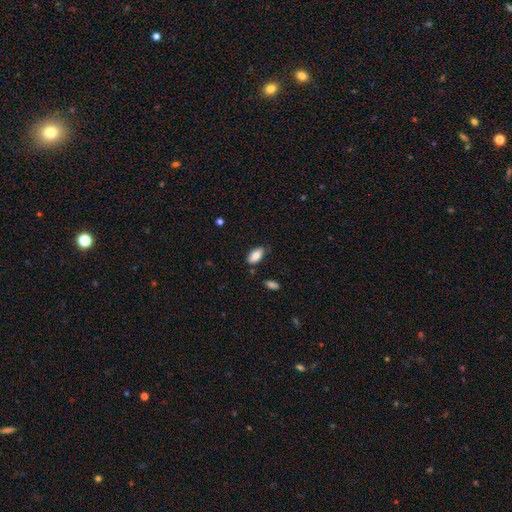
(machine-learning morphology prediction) Smooth or featured: smooth — 85% (featured or disk — 8%)
How rounded: in between — 92% (cigar-shaped — 5%)
Merging: none — 76% (minor disturbance — 18%)